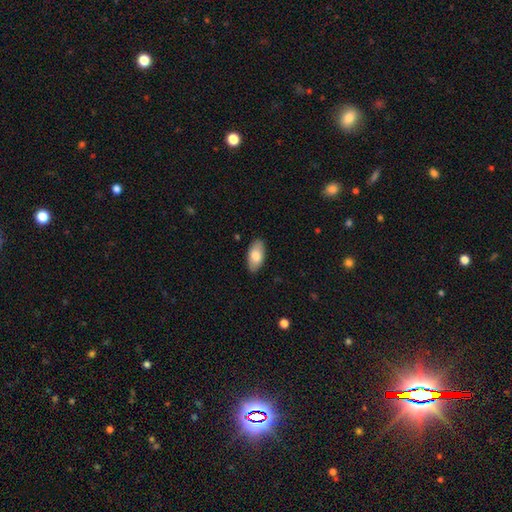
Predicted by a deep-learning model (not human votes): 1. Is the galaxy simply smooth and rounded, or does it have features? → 77% smooth, 18% featured or disk, 6% star or artifact.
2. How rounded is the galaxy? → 94% in between, 3% cigar-shaped, 3% round.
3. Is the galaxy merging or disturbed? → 87% none, 10% minor disturbance, 2% major disturbance, 1% merger.